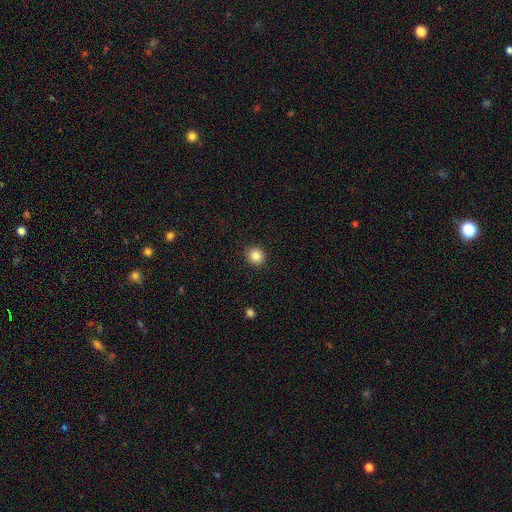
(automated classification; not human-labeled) smooth_or_featured: smooth (p=0.85) [alt: star or artifact p=0.10]
how_rounded: round (p=0.91) [alt: in between p=0.08]
merging: none (p=0.92) [alt: minor disturbance p=0.05]